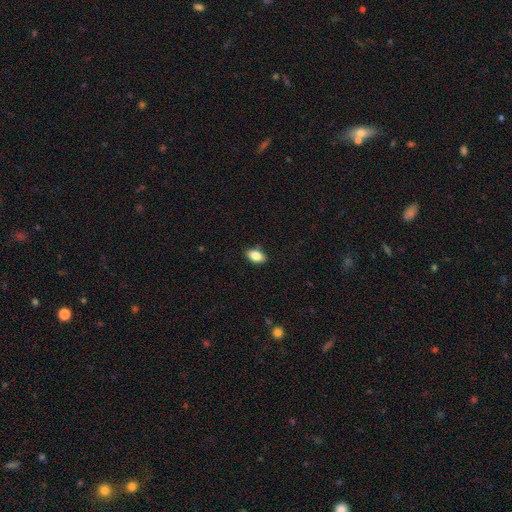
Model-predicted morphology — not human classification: Smooth or featured: smooth — 85% (star or artifact — 8%)
How rounded: in between — 90% (round — 7%)
Merging: none — 86% (minor disturbance — 11%)